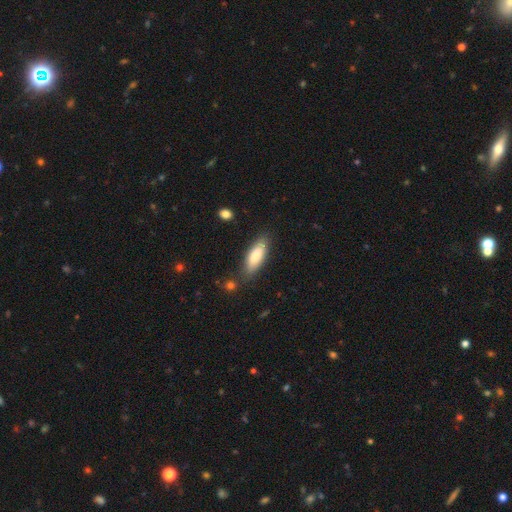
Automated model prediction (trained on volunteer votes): This appears to be a smooth galaxy with no disk features (81%) that is in between round and cigar-shaped (61%). Merging: none (79%).